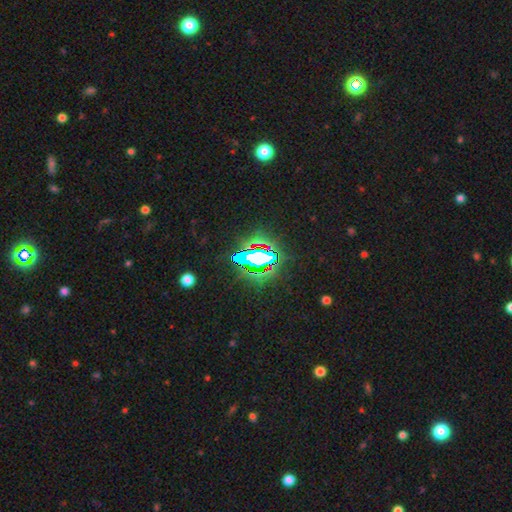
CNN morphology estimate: Q: Smooth or featured?
A: star or artifact (71%); runner-up: smooth (15%)